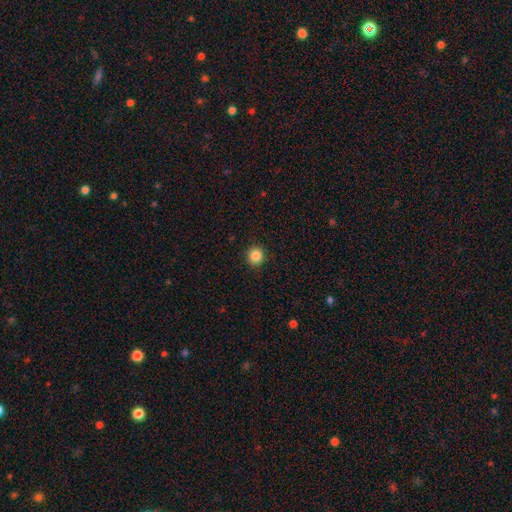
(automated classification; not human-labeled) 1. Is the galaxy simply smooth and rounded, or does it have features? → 86% smooth, 10% star or artifact, 4% featured or disk.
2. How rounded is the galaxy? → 90% round, 9% in between, 1% cigar-shaped.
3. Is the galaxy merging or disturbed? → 92% none, 5% minor disturbance, 2% major disturbance, 1% merger.